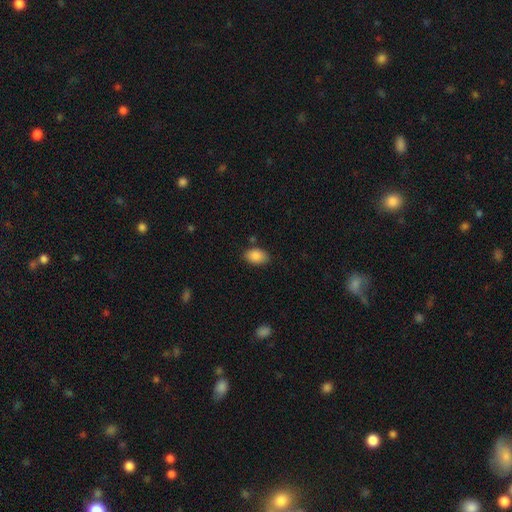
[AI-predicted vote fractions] smooth-or-featured: smooth: 87% | star or artifact: 8% | featured or disk: 5%
  how-rounded: in between: 88% | round: 10% | cigar-shaped: 1%
  merging: none: 80% | minor disturbance: 14% | major disturbance: 3% | merger: 3%